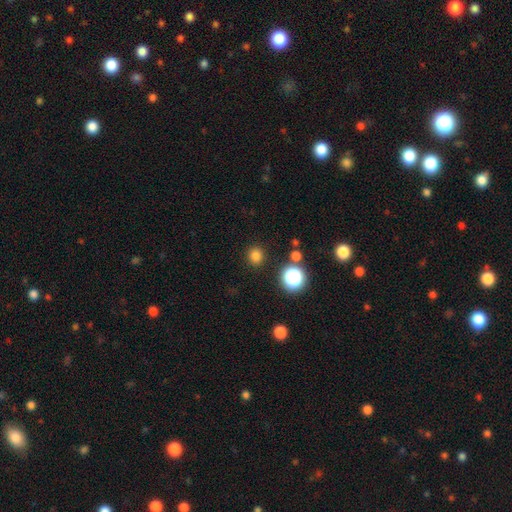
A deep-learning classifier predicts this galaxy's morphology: Q: Smooth or featured?
A: smooth (78%); runner-up: star or artifact (17%)
Q: How rounded?
A: round (86%); runner-up: in between (13%)
Q: Merging?
A: none (89%); runner-up: minor disturbance (6%)